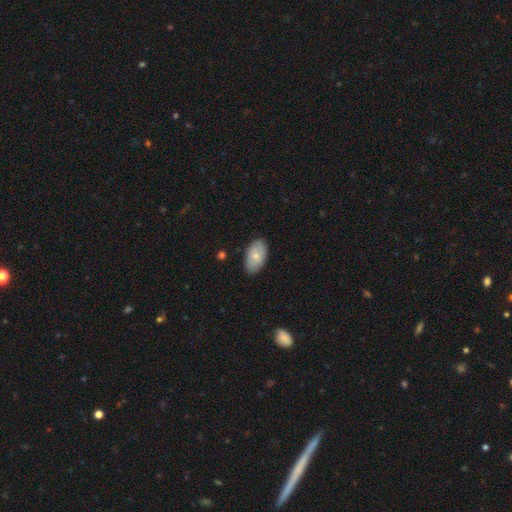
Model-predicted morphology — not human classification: Smooth or featured? smooth (69%)
How rounded? in between (94%)
Merging? none (86%)